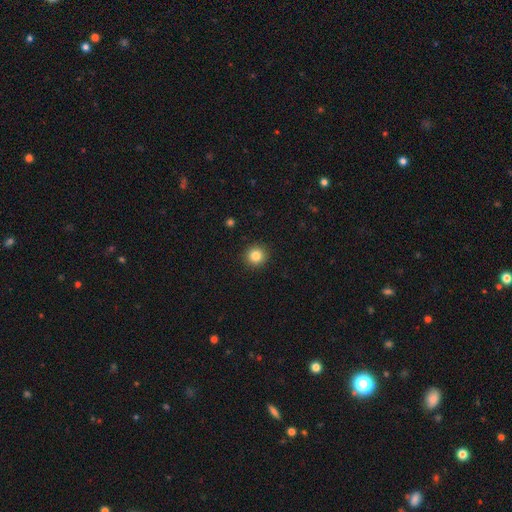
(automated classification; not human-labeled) Smooth or featured: smooth — 84% (star or artifact — 11%)
How rounded: round — 95% (in between — 4%)
Merging: none — 93% (minor disturbance — 5%)